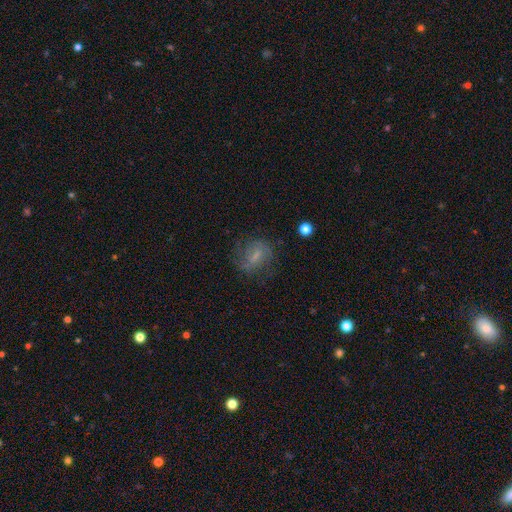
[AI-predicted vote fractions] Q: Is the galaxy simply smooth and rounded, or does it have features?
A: featured or disk — 47%.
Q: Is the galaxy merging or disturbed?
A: none — 66%.